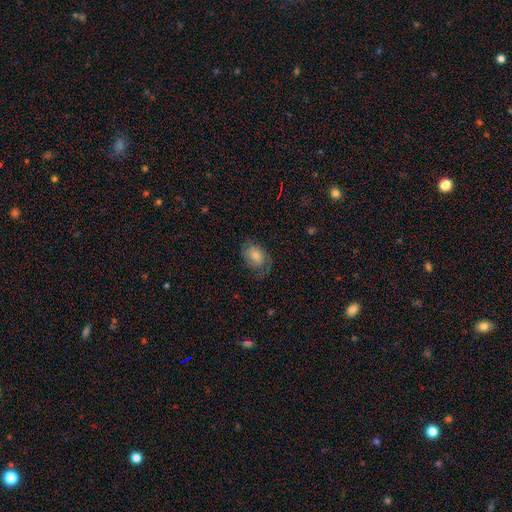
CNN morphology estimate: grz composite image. It shows a smooth galaxy with no disk features (51%) that is in between round and cigar-shaped (70%). Merging: none (56%).